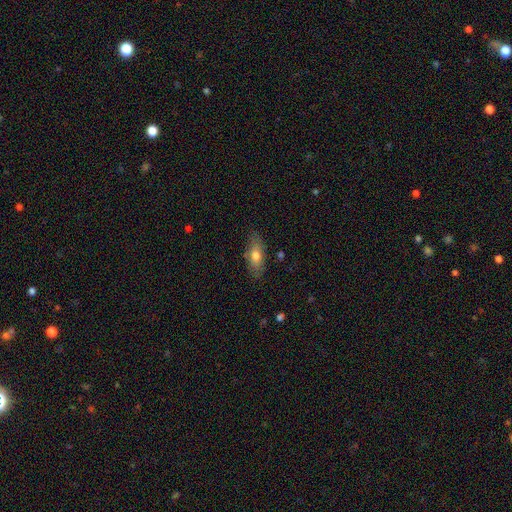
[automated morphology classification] type=smooth (71%); roundness=in between (78%); merging=none (79%).